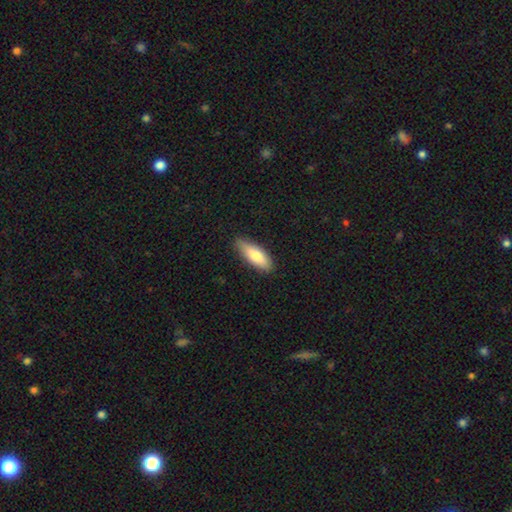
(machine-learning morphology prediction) smooth 80%, featured or disk 15%, star or artifact 6%. Down the decision tree: how rounded — in between (59%); merging — none (82%).